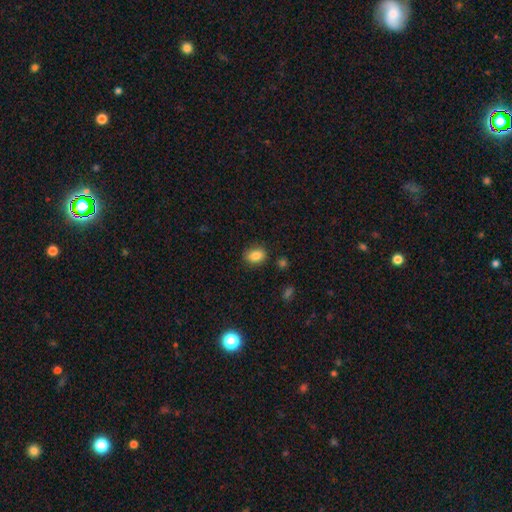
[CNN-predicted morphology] This is clearly a smooth galaxy (85%). How rounded: likely in between (71%). Merging: clearly none (84%).